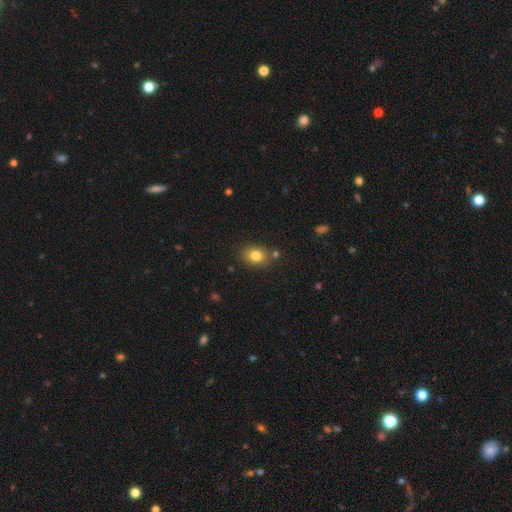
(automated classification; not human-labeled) A smooth galaxy with no disk features (82%) that is in between round and cigar-shaped (56%). Merging: none (80%).